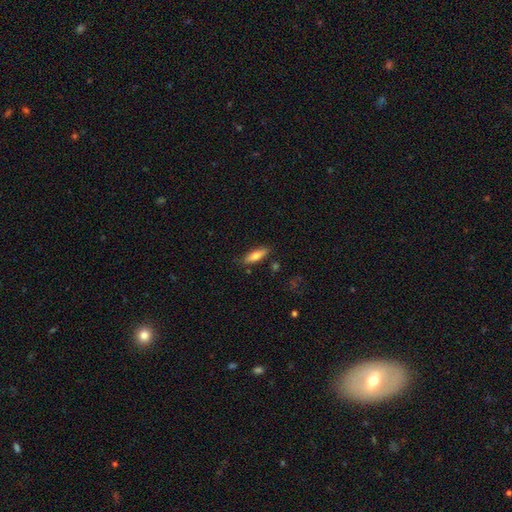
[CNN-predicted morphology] A smooth galaxy with no disk features (75%) that is in between round and cigar-shaped (51%). Merging: none (85%).